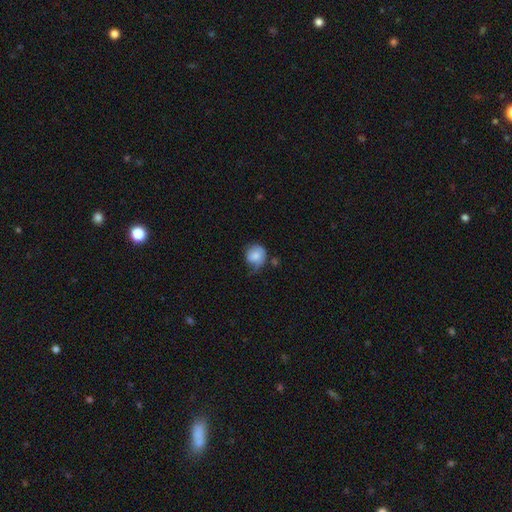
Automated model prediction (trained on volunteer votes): Morphology: type=smooth (73%); roundness=round (78%); merging=none (41%).